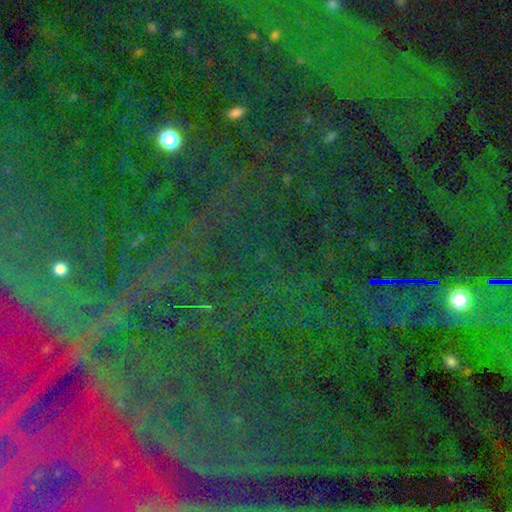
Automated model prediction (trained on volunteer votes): Smooth or featured? star or artifact (84%)